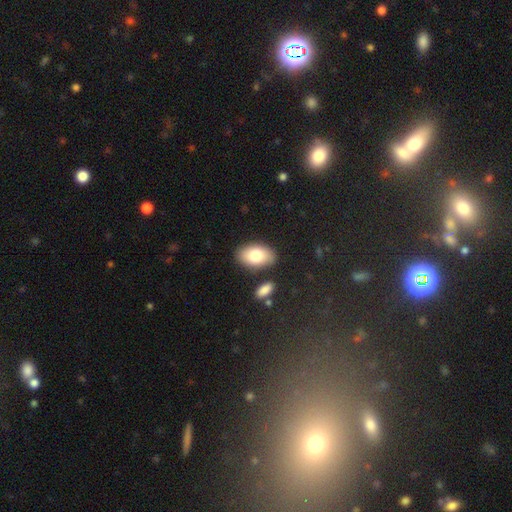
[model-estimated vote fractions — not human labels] Smooth or featured?
  - smooth: 79% *
  - featured or disk: 14%
  - star or artifact: 7%
How rounded?
  - in between: 92% *
  - round: 6%
  - cigar-shaped: 1%
Merging?
  - none: 82% *
  - minor disturbance: 11%
  - merger: 5%
  - major disturbance: 3%